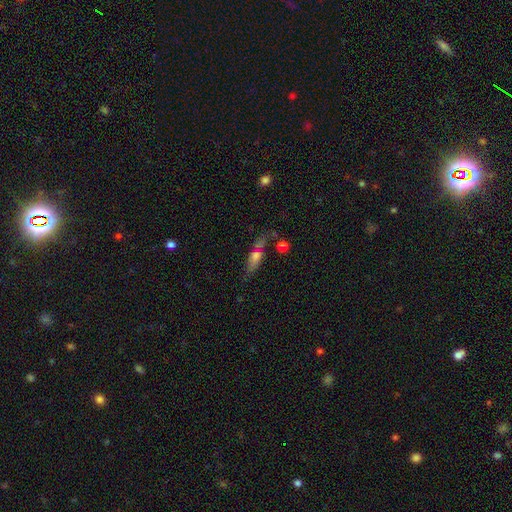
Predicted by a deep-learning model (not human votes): Overall: smooth (60%; featured or disk 26%). How rounded: in between (51%; cigar-shaped 43%). Merging: none (52%; minor disturbance 20%).